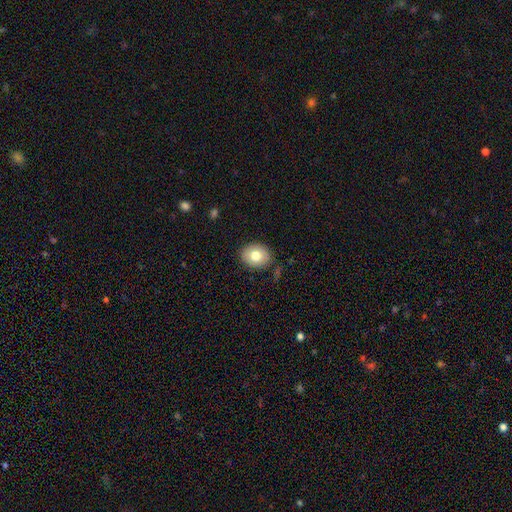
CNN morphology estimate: A smooth galaxy with no disk features (77%) that is round (51%).

Vote fractions:
- Smooth or featured? smooth: 77% / featured or disk: 15% / star or artifact: 8%
- How rounded? round: 51% / in between: 48% / cigar-shaped: 1%
- Merging? none: 85% / minor disturbance: 11% / major disturbance: 3% / merger: 2%